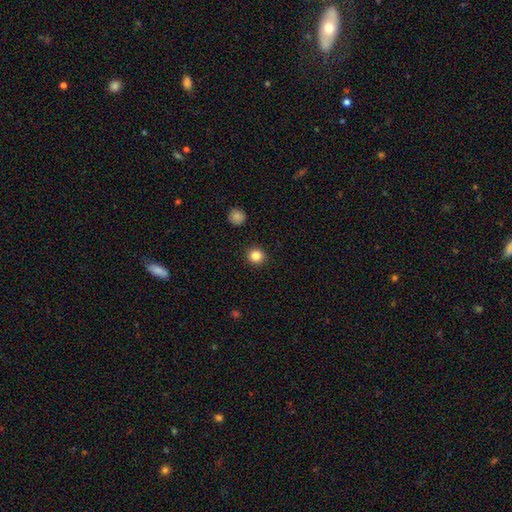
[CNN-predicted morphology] smooth-or-featured: smooth: 84% | star or artifact: 11% | featured or disk: 5%
  how-rounded: round: 92% | in between: 7% | cigar-shaped: 1%
  merging: none: 92% | minor disturbance: 5% | major disturbance: 2% | merger: 1%